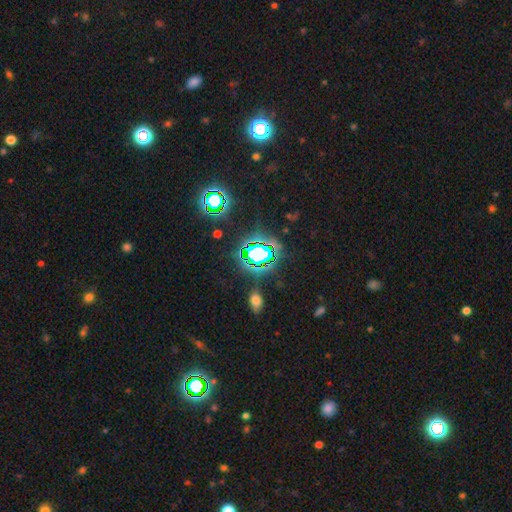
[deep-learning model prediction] Smooth or featured? star or artifact (73%)